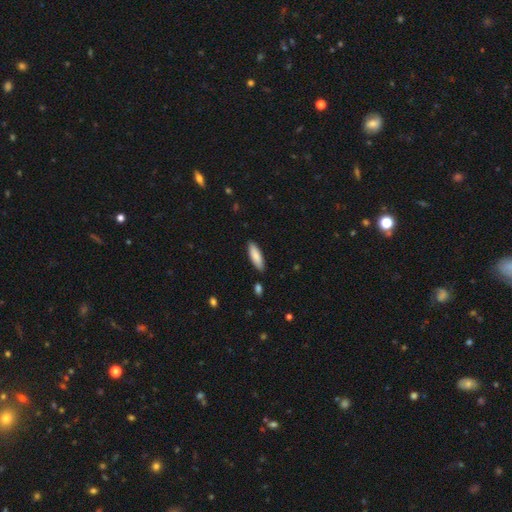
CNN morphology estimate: A smooth galaxy with no disk features (86%) that is in between round and cigar-shaped (52%). Merging: none (87%).